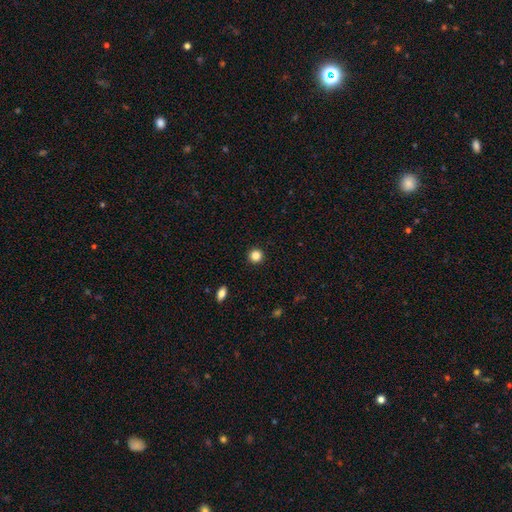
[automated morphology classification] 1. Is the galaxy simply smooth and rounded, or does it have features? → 84% smooth, 12% star or artifact, 4% featured or disk.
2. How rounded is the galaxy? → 95% round, 4% in between, 1% cigar-shaped.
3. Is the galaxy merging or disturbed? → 93% none, 4% minor disturbance, 2% major disturbance, 1% merger.